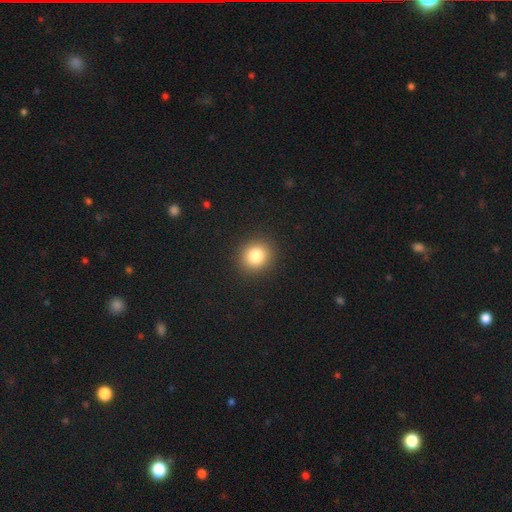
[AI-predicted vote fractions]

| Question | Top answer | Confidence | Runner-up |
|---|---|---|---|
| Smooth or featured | smooth | 81% | star or artifact (12%) |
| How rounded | round | 84% | in between (15%) |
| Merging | none | 91% | minor disturbance (6%) |